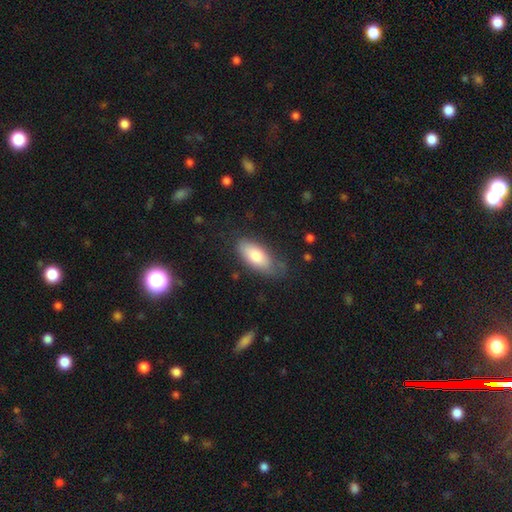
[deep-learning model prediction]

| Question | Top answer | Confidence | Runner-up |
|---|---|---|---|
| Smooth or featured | smooth | 77% | featured or disk (17%) |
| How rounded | in between | 88% | cigar-shaped (10%) |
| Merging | none | 67% | minor disturbance (24%) |